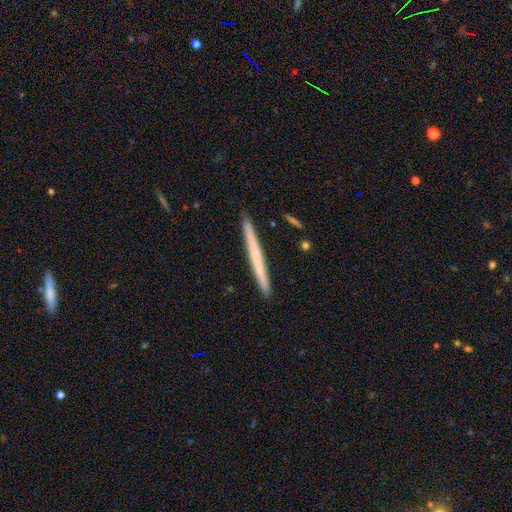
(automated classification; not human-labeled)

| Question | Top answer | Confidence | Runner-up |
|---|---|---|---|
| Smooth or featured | smooth | 50% | featured or disk (44%) |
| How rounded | cigar-shaped | 97% | in between (1%) |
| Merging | none | 92% | minor disturbance (5%) |